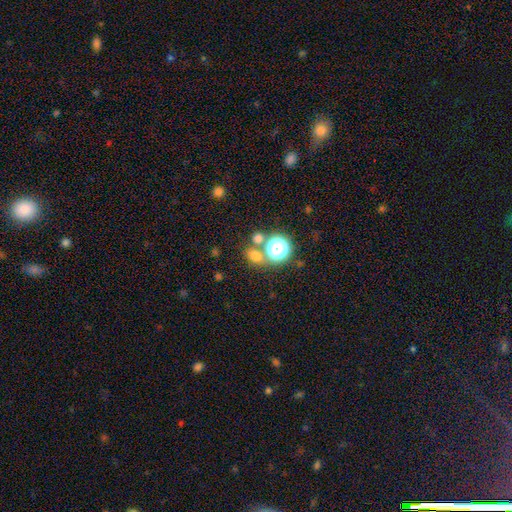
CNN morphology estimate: Smooth or featured? Predicted: smooth (p=0.66). How rounded? Predicted: round (p=0.64). Merging? Predicted: none (p=0.62).